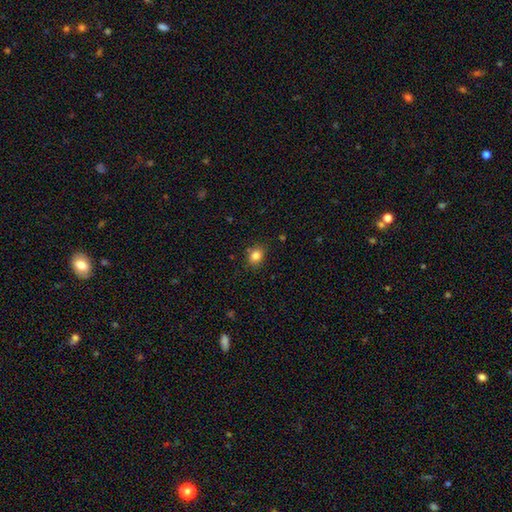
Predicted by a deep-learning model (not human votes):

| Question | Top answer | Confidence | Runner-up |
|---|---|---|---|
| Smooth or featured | smooth | 84% | star or artifact (11%) |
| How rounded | round | 57% | in between (42%) |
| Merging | none | 83% | minor disturbance (13%) |